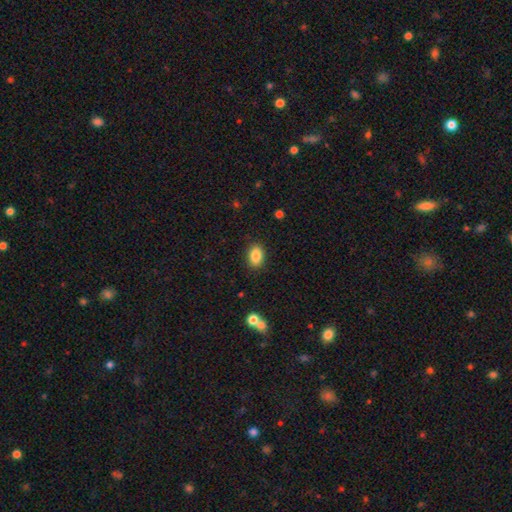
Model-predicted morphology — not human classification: This appears to be a smooth galaxy with no disk features (87%) that is in between round and cigar-shaped (85%). Merging: none (88%).